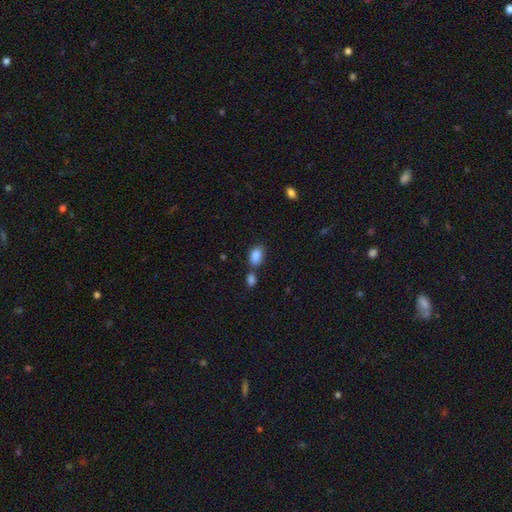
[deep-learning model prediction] This is clearly a smooth galaxy (88%). How rounded: clearly in between (87%). Merging: possibly none (59%).